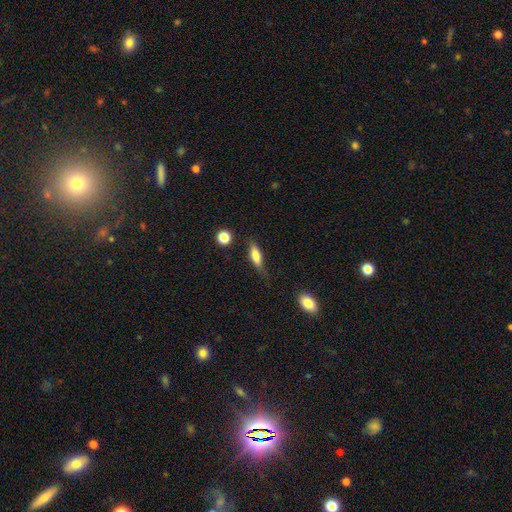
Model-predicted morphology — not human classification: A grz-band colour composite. It shows a smooth galaxy with no disk features (75%) that is in between round and cigar-shaped (60%). Merging: none (58%).